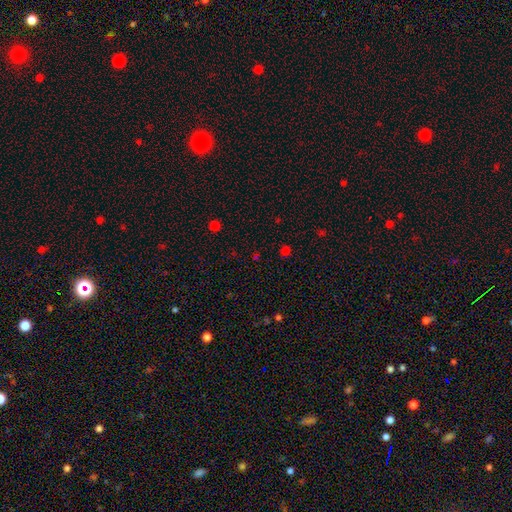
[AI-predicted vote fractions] This appears to be a star or artifact, not a galaxy (50%).